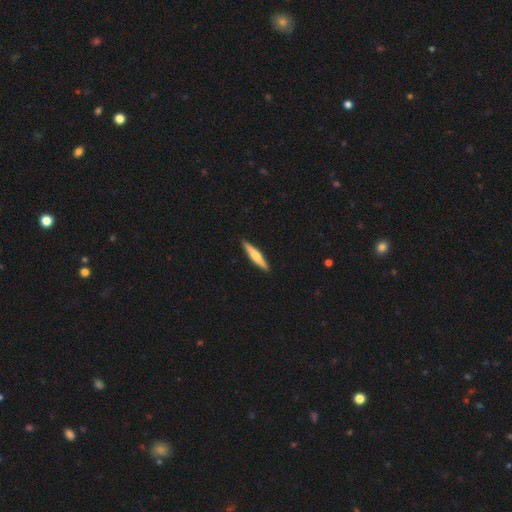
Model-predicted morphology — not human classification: The model was most divided on "smooth or featured": smooth: 50%, featured or disk: 45%, star or artifact: 5%. More confident: merging — none (92%); how rounded — cigar-shaped (90%).